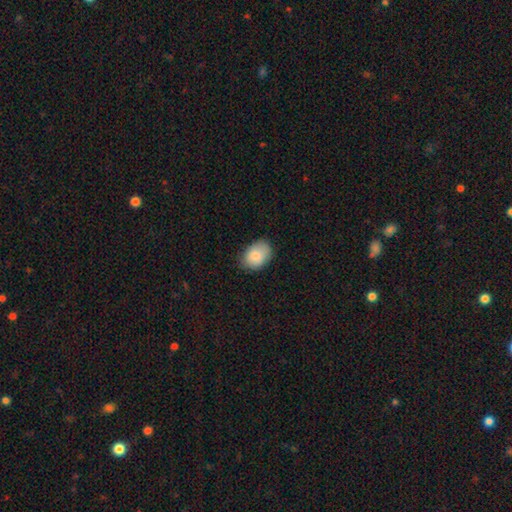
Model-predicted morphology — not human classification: smooth_or_featured: smooth (p=0.84) [alt: featured or disk p=0.09]
how_rounded: in between (p=0.80) [alt: round p=0.19]
merging: none (p=0.74) [alt: minor disturbance p=0.21]